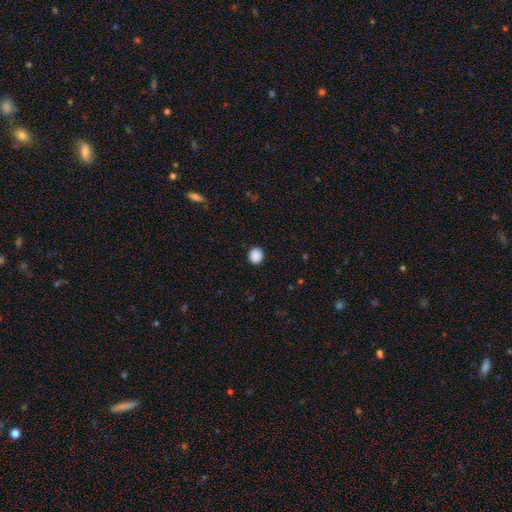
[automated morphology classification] type=smooth (89%); roundness=round (79%); merging=none (91%).